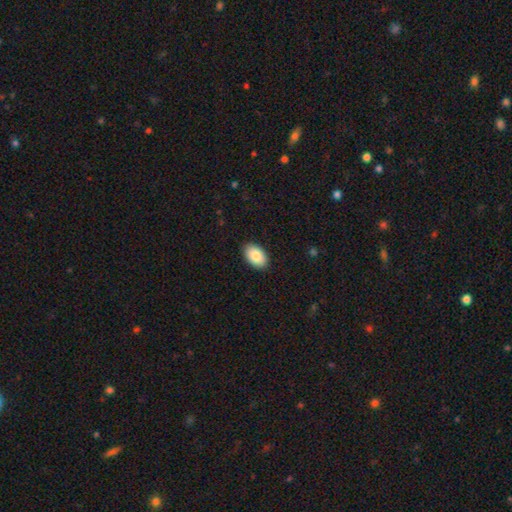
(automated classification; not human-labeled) A smooth galaxy with no disk features (87%) that is in between round and cigar-shaped (93%). Merging: none (89%).